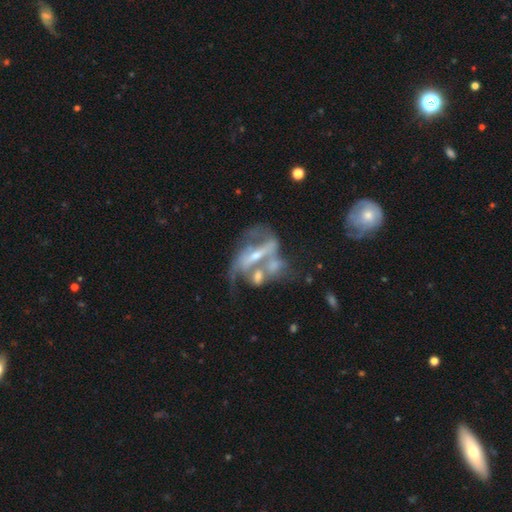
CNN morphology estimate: Overall: featured or disk (80%). Edge-on disk: no (88%). Bar: strong (53%; weak 27%). Spiral arms: yes (74%). Spiral arm count: 2 (62%). Spiral winding: loose (40%; medium 37%). Bulge size: small (50%; moderate 40%). Merging: merger (46%; none 23%).